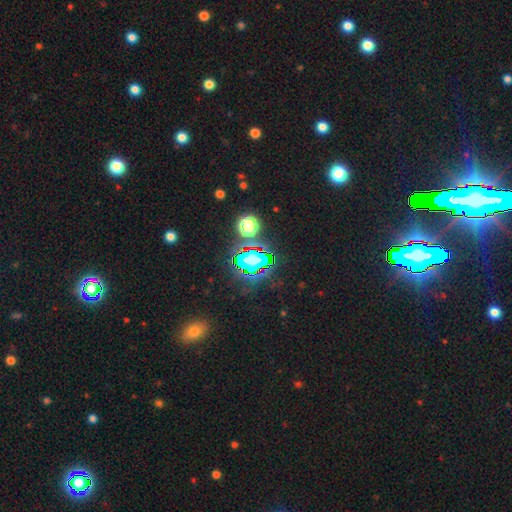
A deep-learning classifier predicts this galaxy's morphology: Smooth or featured?
  - star or artifact: 80% *
  - smooth: 13%
  - featured or disk: 8%